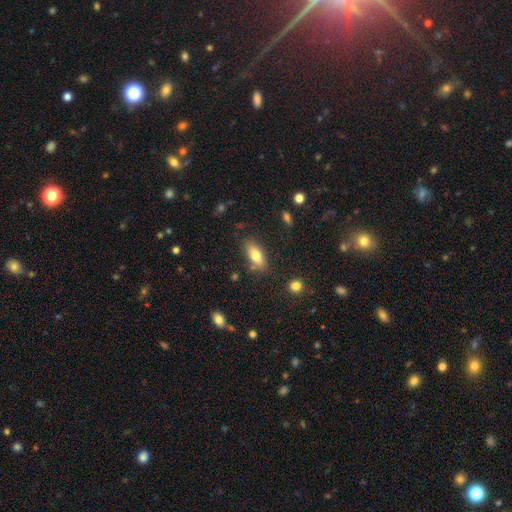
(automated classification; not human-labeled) Q: Smooth or featured?
A: smooth (77%); runner-up: featured or disk (15%)
Q: How rounded?
A: in between (84%); runner-up: cigar-shaped (13%)
Q: Merging?
A: none (78%); runner-up: minor disturbance (14%)